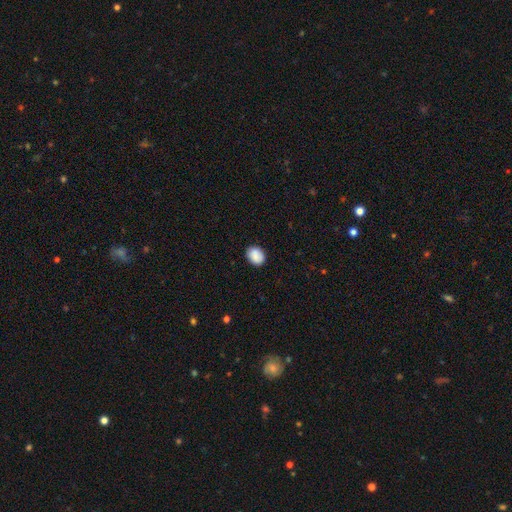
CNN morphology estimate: Smooth or featured?
  - smooth: 88% *
  - star or artifact: 7%
  - featured or disk: 4%
How rounded?
  - in between: 58% *
  - round: 41%
  - cigar-shaped: 1%
Merging?
  - none: 87% *
  - minor disturbance: 10%
  - major disturbance: 2%
  - merger: 1%